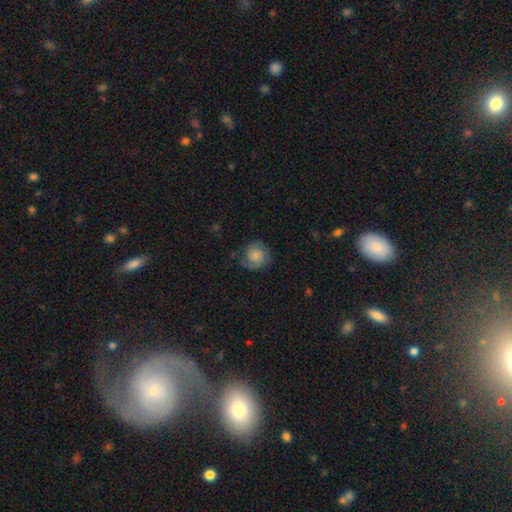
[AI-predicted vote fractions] This appears to be a smooth galaxy with no disk features (49%). Merging: none (67%).